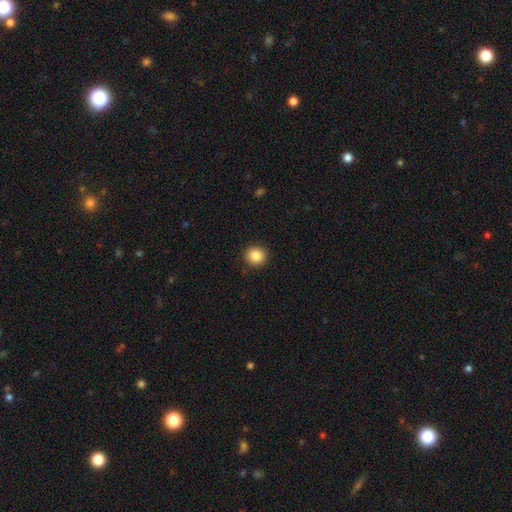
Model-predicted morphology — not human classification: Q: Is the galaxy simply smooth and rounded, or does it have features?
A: smooth — 87%.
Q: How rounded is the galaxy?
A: round — 89%.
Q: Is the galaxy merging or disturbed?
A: none — 92%.